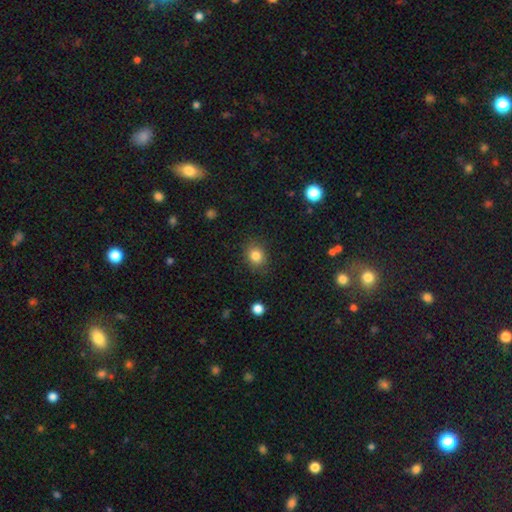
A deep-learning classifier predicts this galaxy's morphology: Smooth or featured: smooth — 83% (star or artifact — 11%)
How rounded: round — 66% (in between — 33%)
Merging: none — 84% (minor disturbance — 11%)